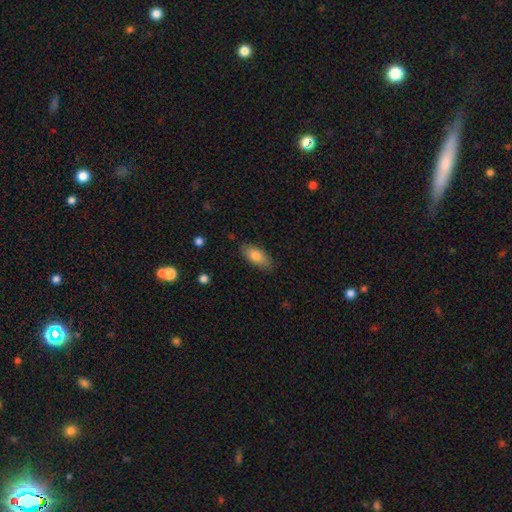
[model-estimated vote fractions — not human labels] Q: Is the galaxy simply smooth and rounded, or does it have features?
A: smooth — 79%.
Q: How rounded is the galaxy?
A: in between — 89%.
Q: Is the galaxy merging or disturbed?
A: none — 83%.